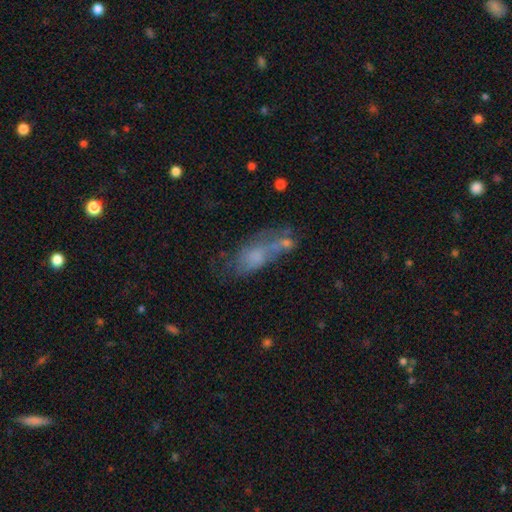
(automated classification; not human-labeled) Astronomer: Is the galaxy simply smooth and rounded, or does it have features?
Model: smooth — 53% (runner-up: featured or disk, 35%).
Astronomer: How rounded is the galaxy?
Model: in between — 73%.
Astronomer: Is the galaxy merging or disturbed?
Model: none — 31% (runner-up: major disturbance, 26%).